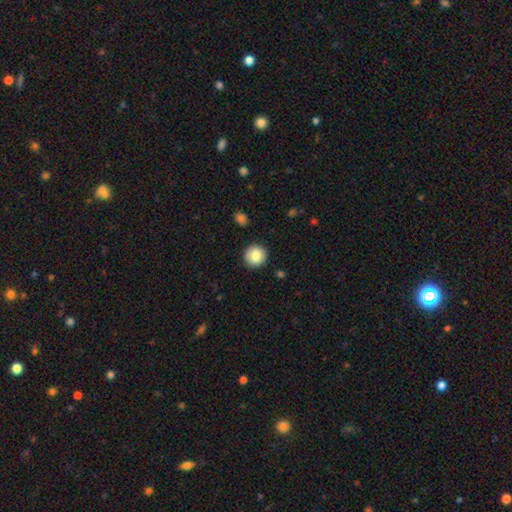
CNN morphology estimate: A smooth galaxy with no disk features (86%) that is round (94%).

Vote fractions:
- Smooth or featured? smooth: 86% / star or artifact: 8% / featured or disk: 7%
- How rounded? round: 94% / in between: 5% / cigar-shaped: 1%
- Merging? none: 91% / minor disturbance: 6% / major disturbance: 2% / merger: 1%